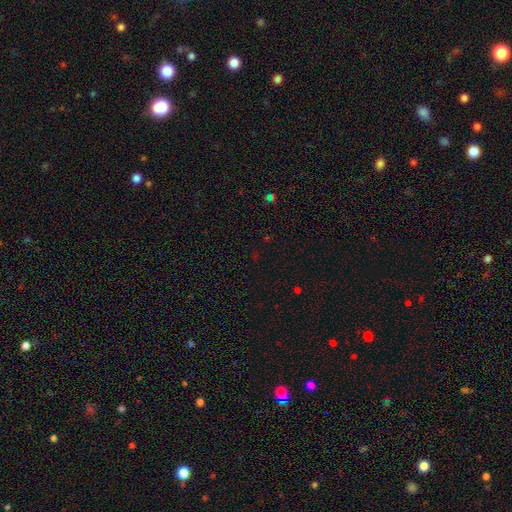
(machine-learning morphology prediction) Q: Smooth or featured?
A: star or artifact (66%); runner-up: smooth (26%)